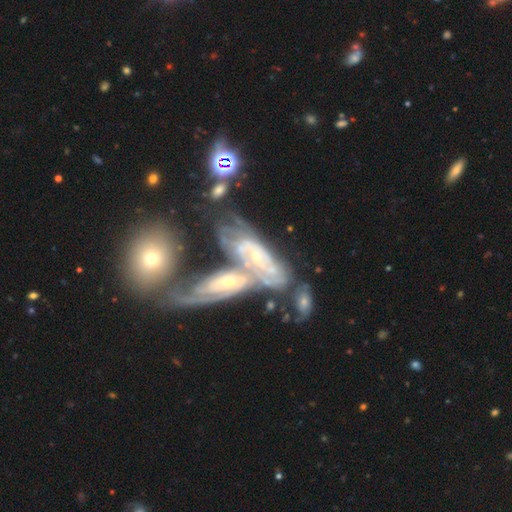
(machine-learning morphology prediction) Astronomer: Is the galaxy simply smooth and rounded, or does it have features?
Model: featured or disk — 77%.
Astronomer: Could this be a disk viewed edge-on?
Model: no — 88%.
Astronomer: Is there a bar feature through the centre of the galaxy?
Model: no — 62%.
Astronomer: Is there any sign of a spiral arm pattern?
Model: yes — 83%.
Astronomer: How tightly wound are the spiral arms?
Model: tight — 62%.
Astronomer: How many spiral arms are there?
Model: can't tell — 54%.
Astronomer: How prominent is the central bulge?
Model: small — 67%.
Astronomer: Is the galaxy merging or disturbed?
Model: merger — 51%.